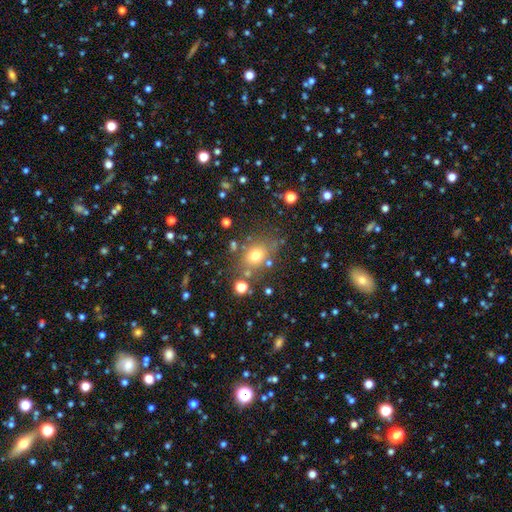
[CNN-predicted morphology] Smooth or featured?
  - smooth: 70% *
  - star or artifact: 17%
  - featured or disk: 13%
How rounded?
  - round: 53% *
  - in between: 46%
  - cigar-shaped: 1%
Merging?
  - none: 73% *
  - minor disturbance: 14%
  - merger: 7%
  - major disturbance: 6%